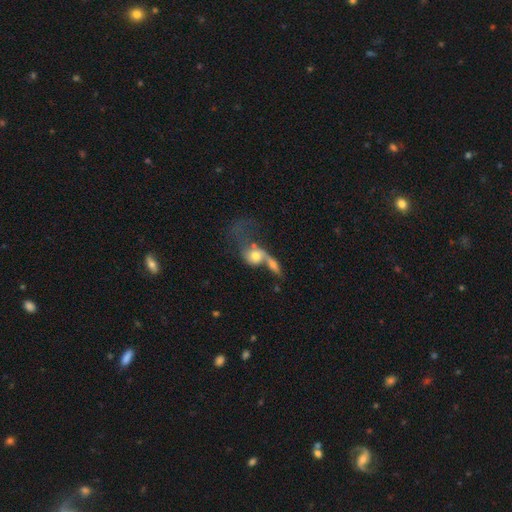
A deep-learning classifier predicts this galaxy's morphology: smooth-or-featured: smooth: 49% | featured or disk: 42% | star or artifact: 9%
  merging: merger: 68% | major disturbance: 18% | none: 9% | minor disturbance: 5%